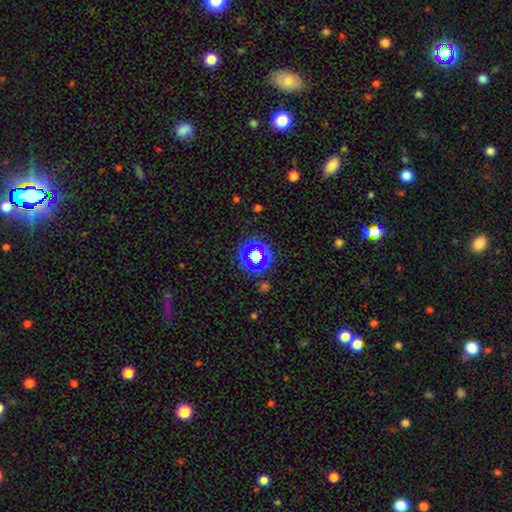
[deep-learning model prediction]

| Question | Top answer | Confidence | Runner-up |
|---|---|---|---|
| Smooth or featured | star or artifact | 52% | smooth (36%) |